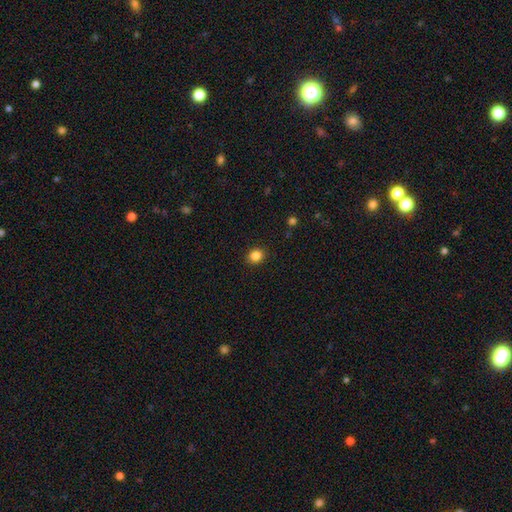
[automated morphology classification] Smooth or featured?
  - smooth: 85% *
  - star or artifact: 11%
  - featured or disk: 4%
How rounded?
  - round: 73% *
  - in between: 26%
  - cigar-shaped: 1%
Merging?
  - none: 91% *
  - minor disturbance: 6%
  - major disturbance: 2%
  - merger: 1%